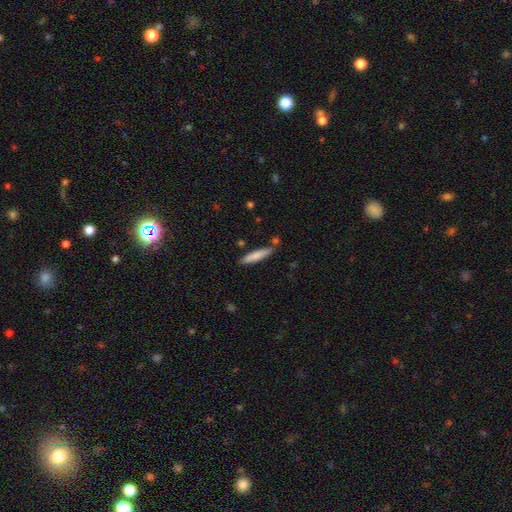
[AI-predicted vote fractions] A smooth galaxy with no disk features (76%) that is cigar-shaped (88%). Merging: none (81%).